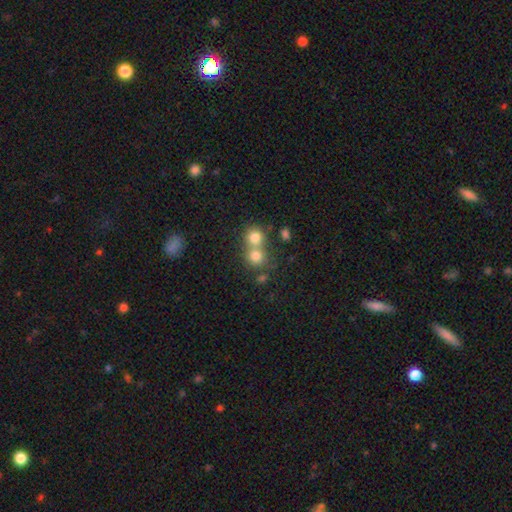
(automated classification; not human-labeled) A smooth galaxy with no disk features (76%) that is round (84%). Merging: merger (54%).